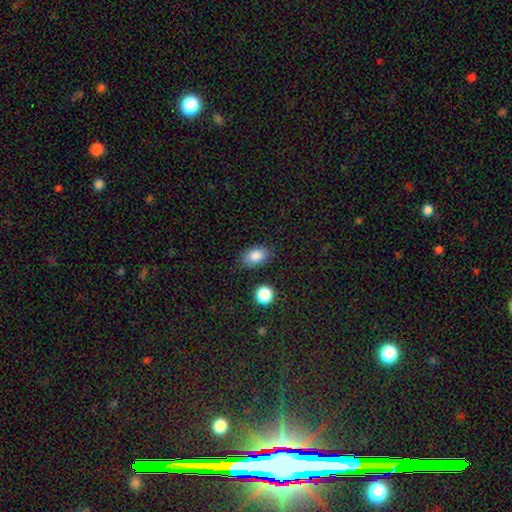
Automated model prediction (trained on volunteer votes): smooth-or-featured: smooth: 86% | star or artifact: 9% | featured or disk: 6%
  how-rounded: in between: 83% | round: 16% | cigar-shaped: 1%
  merging: none: 79% | minor disturbance: 15% | major disturbance: 4% | merger: 3%